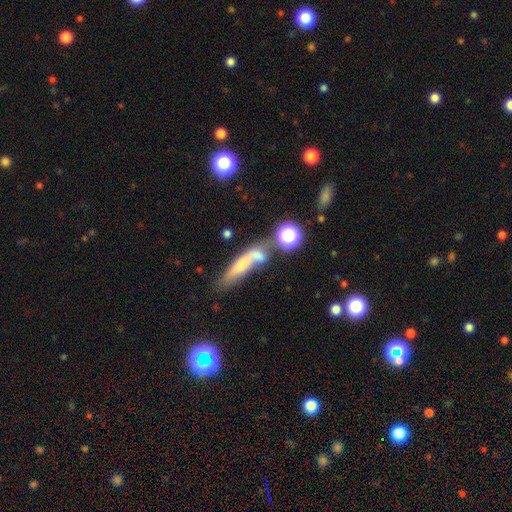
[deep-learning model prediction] Q: Smooth or featured?
A: smooth (56%); runner-up: featured or disk (29%)
Q: How rounded?
A: cigar-shaped (50%); runner-up: in between (37%)
Q: Merging?
A: merger (45%); runner-up: none (27%)